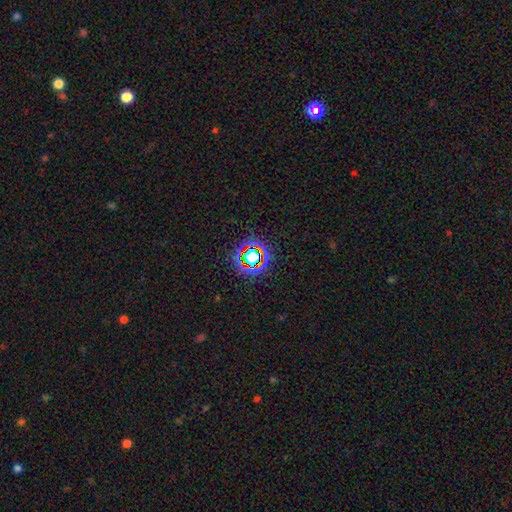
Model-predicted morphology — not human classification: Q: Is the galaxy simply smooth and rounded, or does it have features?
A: star or artifact — 70%.